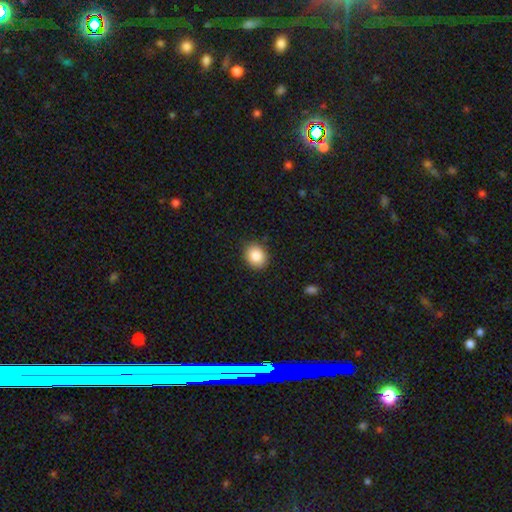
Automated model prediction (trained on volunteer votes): This is clearly a smooth galaxy (86%). How rounded: possibly round (56%). Merging: clearly none (89%).